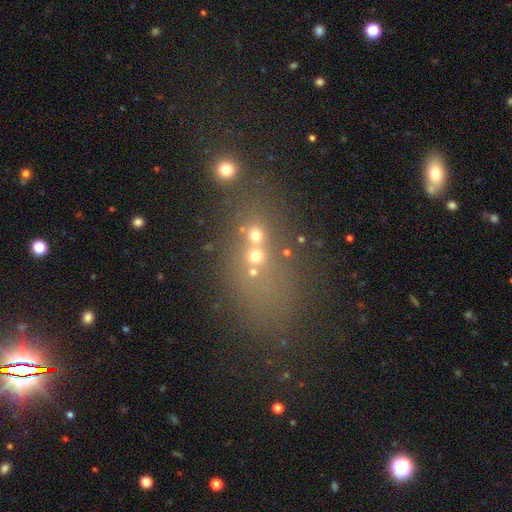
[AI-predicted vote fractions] Smooth or featured? Predicted: smooth (p=0.41). Merging? Predicted: merger (p=0.46).